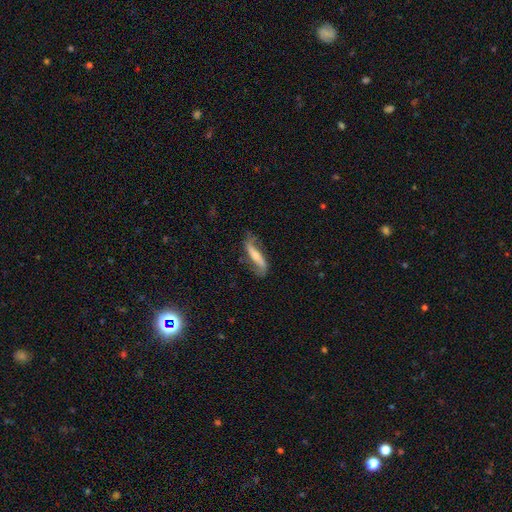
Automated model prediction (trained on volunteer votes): Q: Smooth or featured?
A: featured or disk (66%); runner-up: smooth (28%)
Q: Edge-on disk?
A: no (71%); runner-up: yes (29%)
Q: Merging?
A: none (65%); runner-up: minor disturbance (23%)